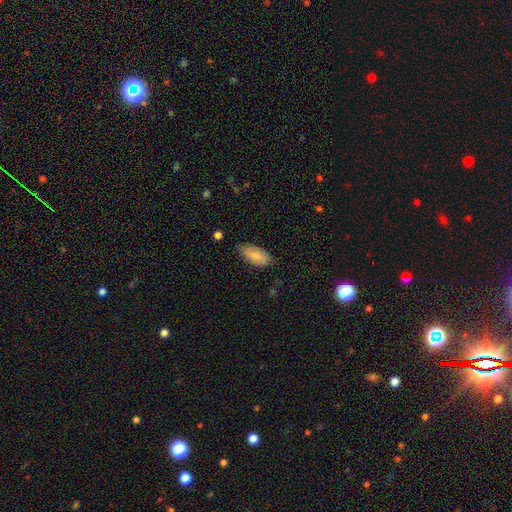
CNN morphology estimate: Smooth or featured? smooth (80%)
How rounded? in between (92%)
Merging? none (69%)